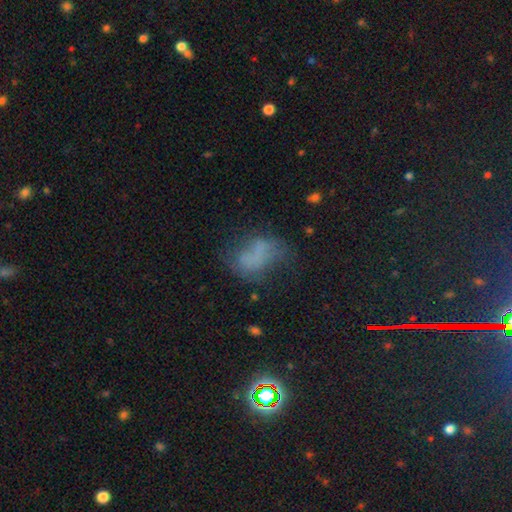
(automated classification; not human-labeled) Smooth or featured: smooth — 49% (featured or disk — 31%)
Merging: none — 39% (major disturbance — 28%)